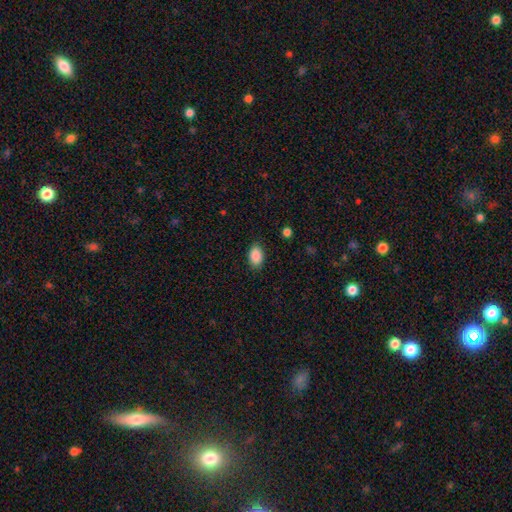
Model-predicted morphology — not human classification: Q: Smooth or featured?
A: smooth (89%); runner-up: star or artifact (7%)
Q: How rounded?
A: in between (88%); runner-up: round (11%)
Q: Merging?
A: none (86%); runner-up: minor disturbance (10%)